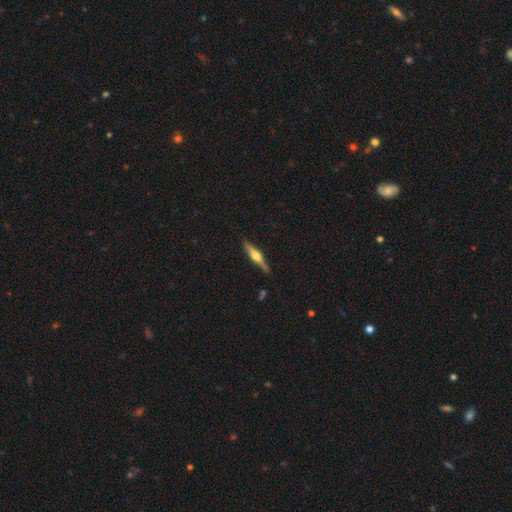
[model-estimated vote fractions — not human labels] Smooth or featured? Predicted: featured or disk (p=0.65). Edge-on disk? Predicted: yes (p=0.96). Edge-on bulge? Predicted: rounded (p=0.92). Merging? Predicted: none (p=0.86).